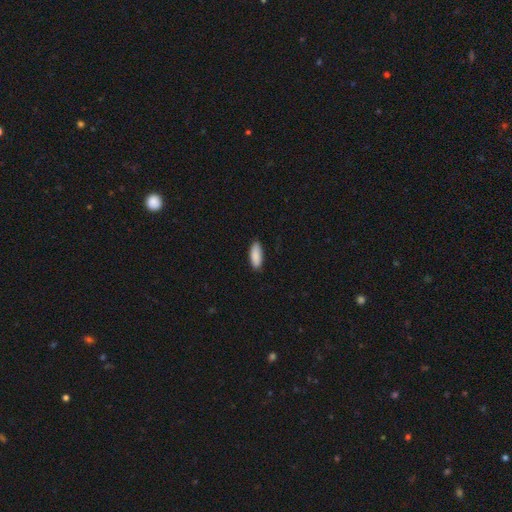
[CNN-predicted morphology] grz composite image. It shows a smooth galaxy with no disk features (90%) that is in between round and cigar-shaped (75%). Merging: none (87%).